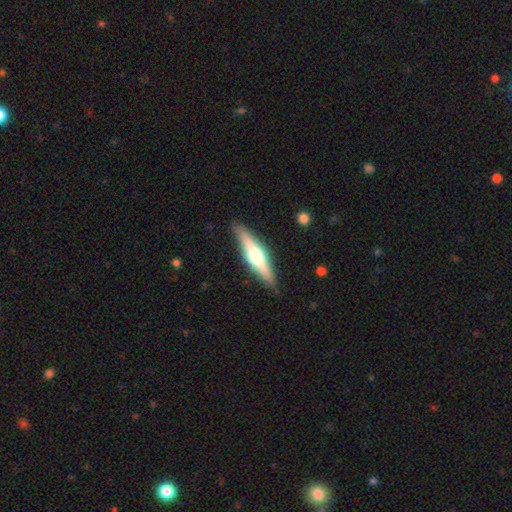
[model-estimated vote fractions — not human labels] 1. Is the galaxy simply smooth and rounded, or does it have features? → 60% featured or disk, 35% smooth, 5% star or artifact.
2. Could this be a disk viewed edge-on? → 95% yes, 5% no.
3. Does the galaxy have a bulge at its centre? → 92% rounded, 5% boxy, 3% none.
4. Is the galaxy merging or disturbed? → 88% none, 9% minor disturbance, 2% major disturbance, 1% merger.